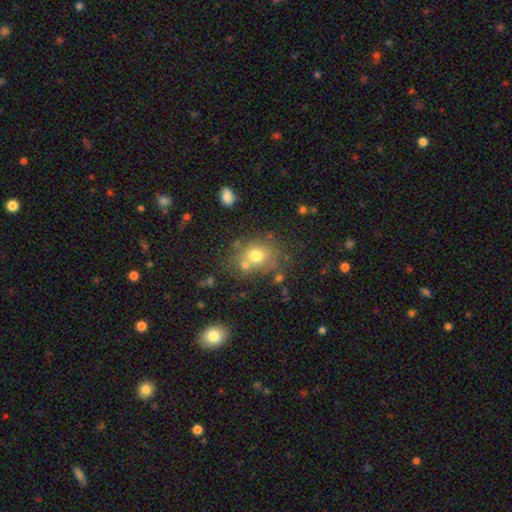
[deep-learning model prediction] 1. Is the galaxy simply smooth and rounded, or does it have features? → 72% smooth, 14% featured or disk, 14% star or artifact.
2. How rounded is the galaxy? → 65% round, 34% in between, 1% cigar-shaped.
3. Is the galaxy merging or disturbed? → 61% none, 19% merger, 14% minor disturbance, 6% major disturbance.